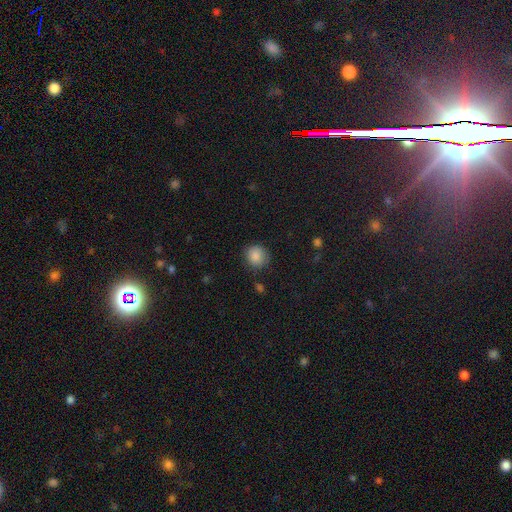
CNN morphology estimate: Smooth or featured: smooth — 86% (star or artifact — 9%)
How rounded: round — 82% (in between — 17%)
Merging: none — 79% (minor disturbance — 16%)